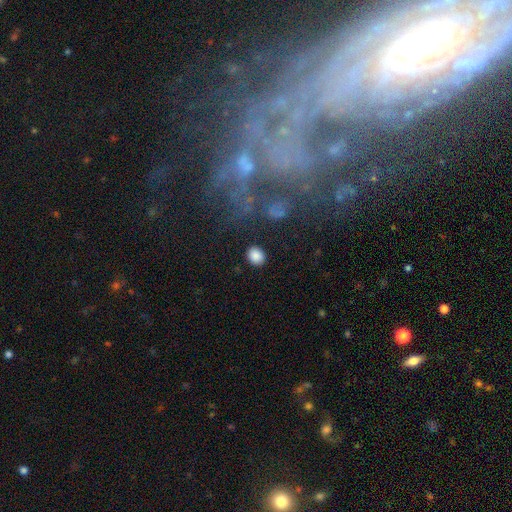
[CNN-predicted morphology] type=smooth (86%); roundness=round (62%); merging=none (87%).